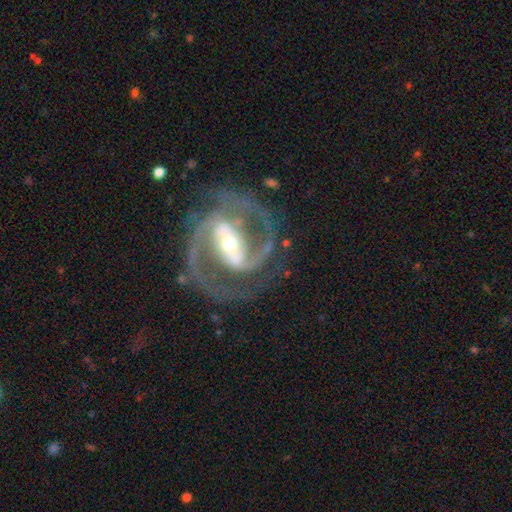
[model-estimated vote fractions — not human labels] Overall: featured or disk (92%). Edge-on disk: no (97%). Bar: strong (66%). Spiral arms: yes (98%). Spiral arm count: 2 (88%). Spiral winding: medium (53%; tight 38%). Bulge size: moderate (47%; small 45%). Merging: none (78%).